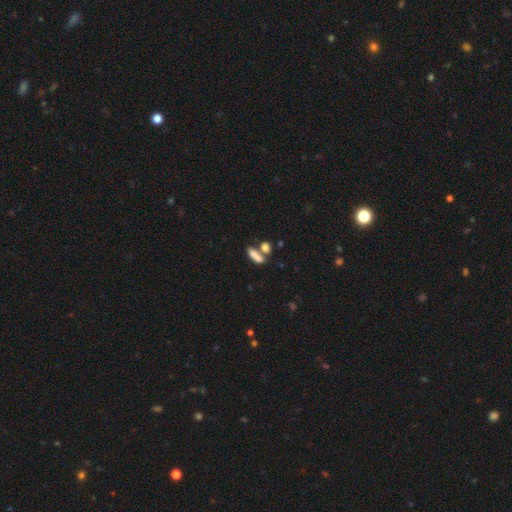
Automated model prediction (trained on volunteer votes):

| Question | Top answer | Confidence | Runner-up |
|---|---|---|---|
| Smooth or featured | smooth | 81% | featured or disk (10%) |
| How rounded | in between | 61% | cigar-shaped (31%) |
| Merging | merger | 45% | none (40%) |